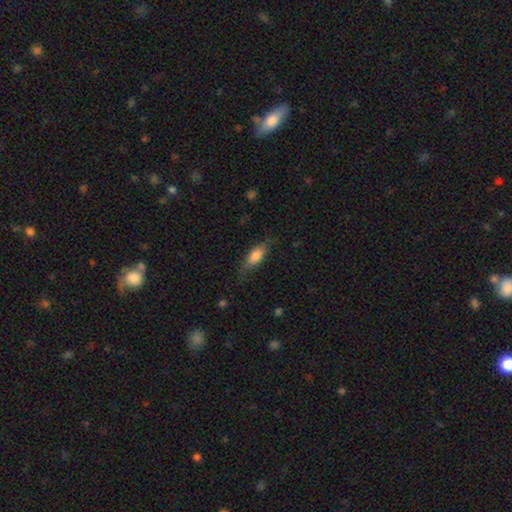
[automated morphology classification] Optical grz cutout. It shows a smooth galaxy with no disk features (77%) that is in between round and cigar-shaped (71%). Merging: none (71%).